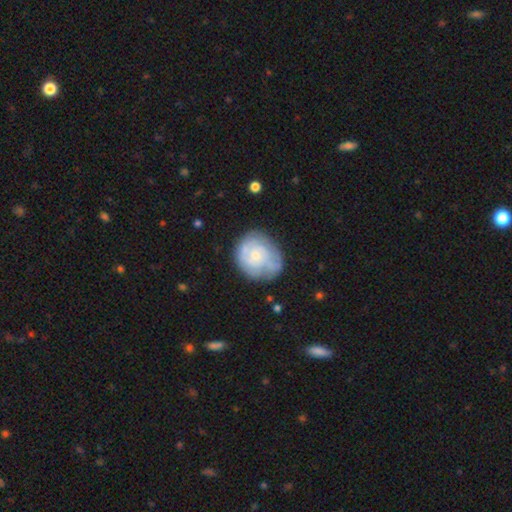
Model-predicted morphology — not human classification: Smooth or featured: featured or disk — 61% (smooth — 33%)
Edge-on disk: no — 98% (yes — 2%)
Bar: no — 83% (weak — 15%)
Spiral arms: yes — 71% (no — 29%)
Bulge size: small — 64% (moderate — 30%)
Merging: none — 68% (minor disturbance — 22%)